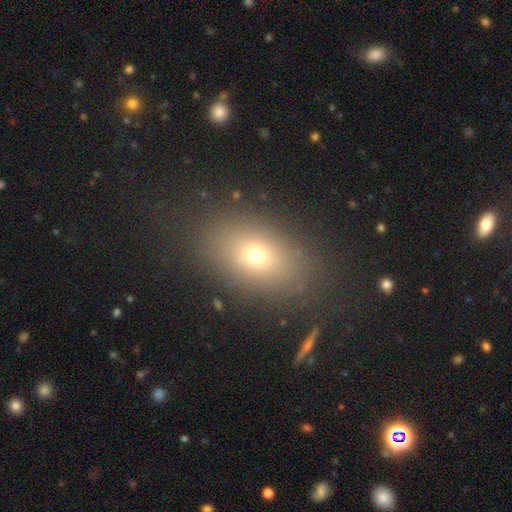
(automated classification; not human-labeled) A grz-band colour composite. It shows a smooth galaxy with no disk features (68%) that is in between round and cigar-shaped (76%). Merging: none (84%).